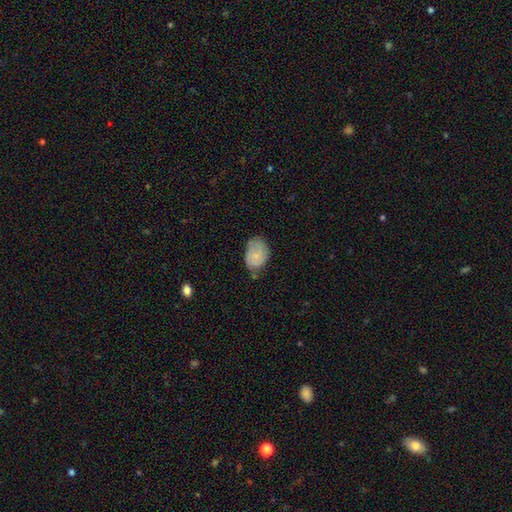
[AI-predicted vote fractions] A smooth galaxy with no disk features (71%) that is in between round and cigar-shaped (80%). Merging: none (50%).